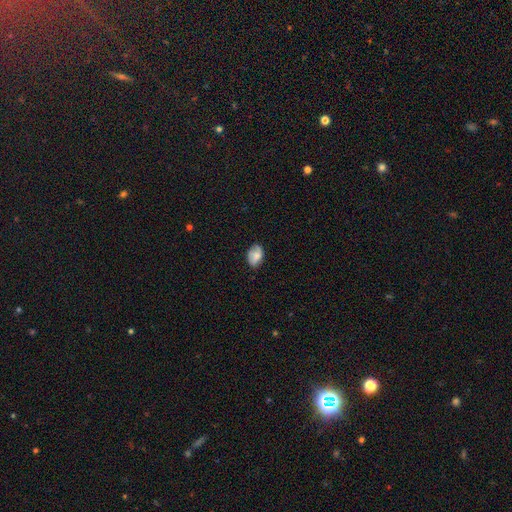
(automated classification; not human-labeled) A smooth galaxy with no disk features (72%) that is in between round and cigar-shaped (84%).

Vote fractions:
- Smooth or featured? smooth: 72% / featured or disk: 20% / star or artifact: 8%
- How rounded? in between: 84% / round: 14% / cigar-shaped: 1%
- Merging? none: 71% / minor disturbance: 23% / major disturbance: 4% / merger: 1%